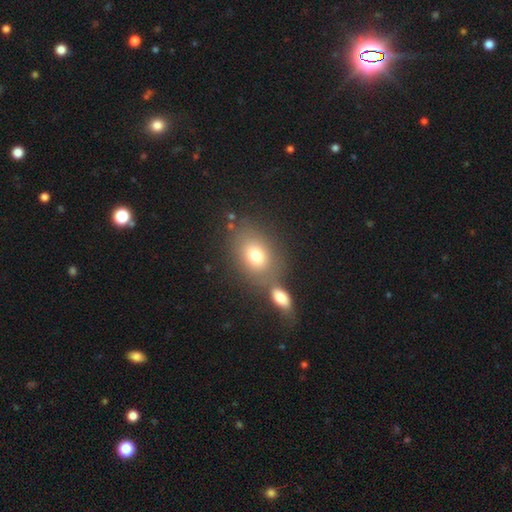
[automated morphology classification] The model was most divided on "merging": none: 57%, merger: 26%, minor disturbance: 12%, major disturbance: 5%. More confident: smooth or featured — smooth (75%); how rounded — in between (66%).